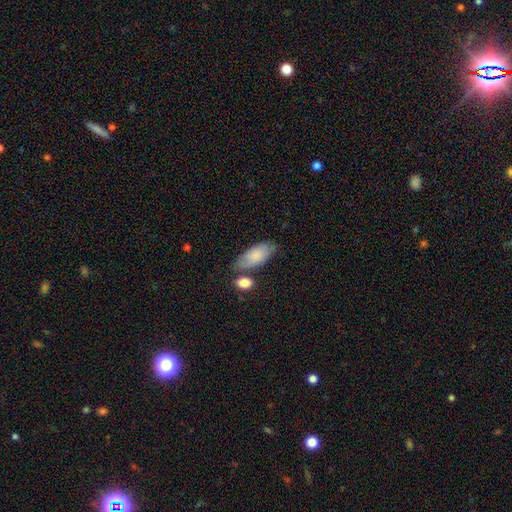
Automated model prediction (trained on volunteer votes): Smooth or featured? Predicted: smooth (p=0.79). How rounded? Predicted: in between (p=0.89). Merging? Predicted: none (p=0.60).